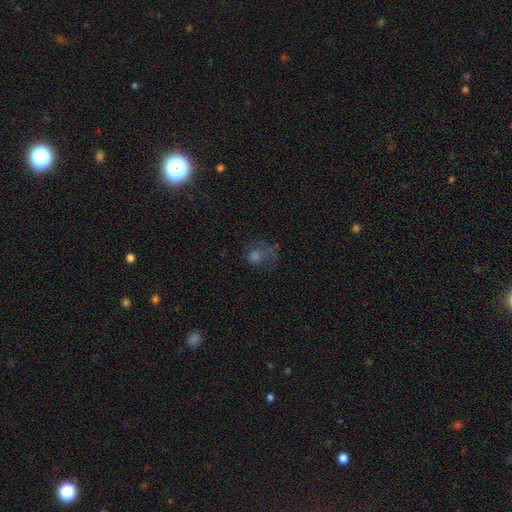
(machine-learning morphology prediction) A smooth galaxy with no disk features (50%) that is round (65%). Merging: none (39%).